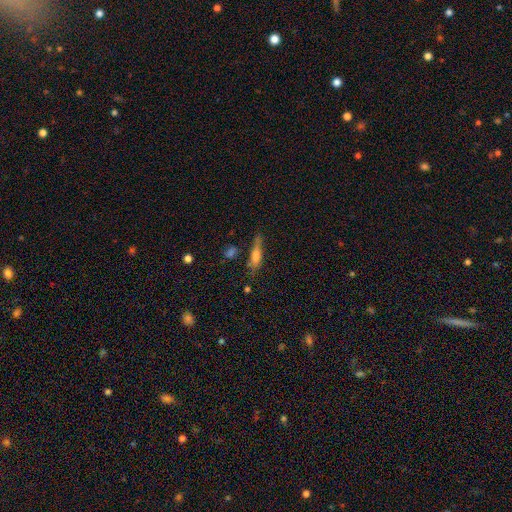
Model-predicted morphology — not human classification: The model was most divided on "smooth or featured": featured or disk: 45%, smooth: 44%, star or artifact: 11%. More confident: merging — none (67%).